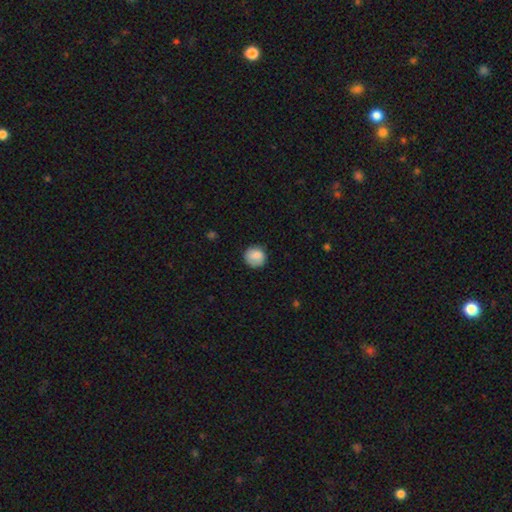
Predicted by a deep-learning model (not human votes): A smooth galaxy with no disk features (84%) that is round (87%). Merging: none (79%).